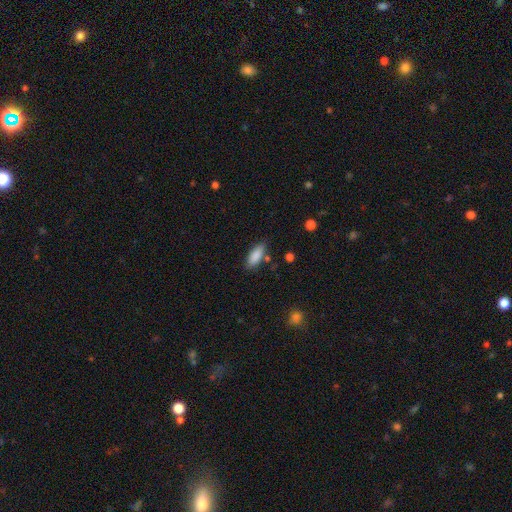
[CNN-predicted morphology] Smooth or featured: smooth — 88% (star or artifact — 7%)
How rounded: in between — 80% (cigar-shaped — 19%)
Merging: none — 79% (minor disturbance — 14%)